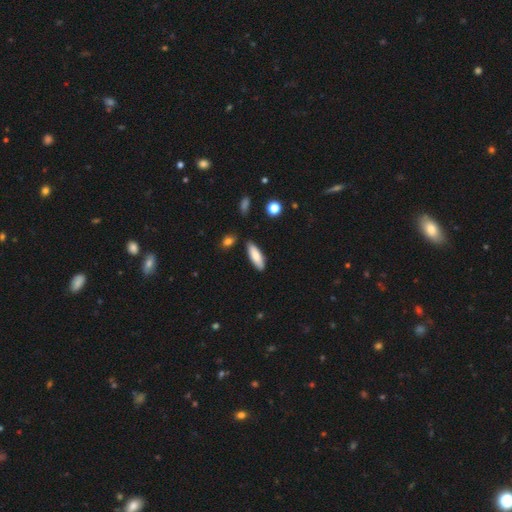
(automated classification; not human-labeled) Morphology: type=smooth (82%); roundness=in between (53%); merging=none (85%).